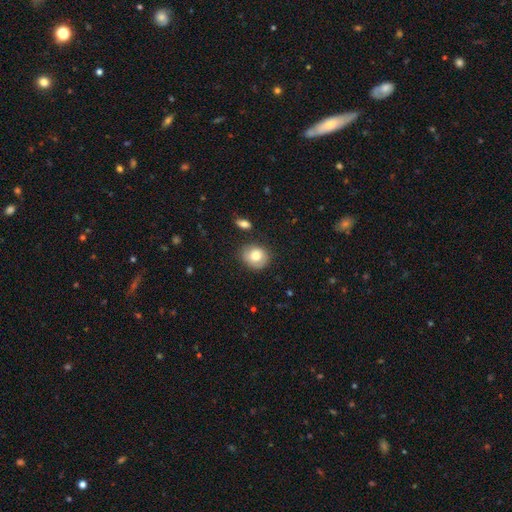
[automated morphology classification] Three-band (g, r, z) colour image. It shows a smooth galaxy with no disk features (72%) that is round (73%). Merging: none (75%).